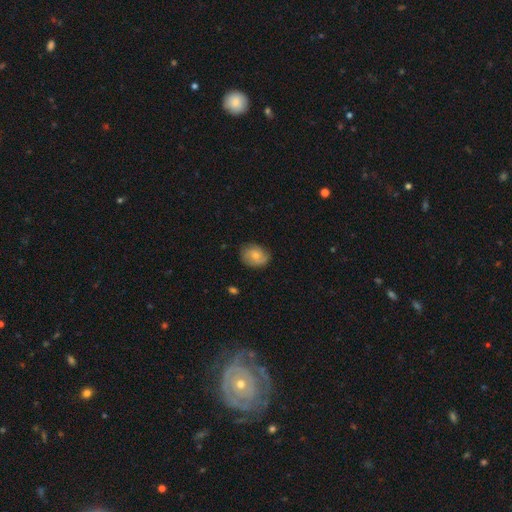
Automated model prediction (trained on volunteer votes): A smooth galaxy with no disk features (50%).

Vote fractions:
- Smooth or featured? smooth: 50% / featured or disk: 43% / star or artifact: 8%
- Merging? none: 74% / minor disturbance: 20% / major disturbance: 5% / merger: 1%